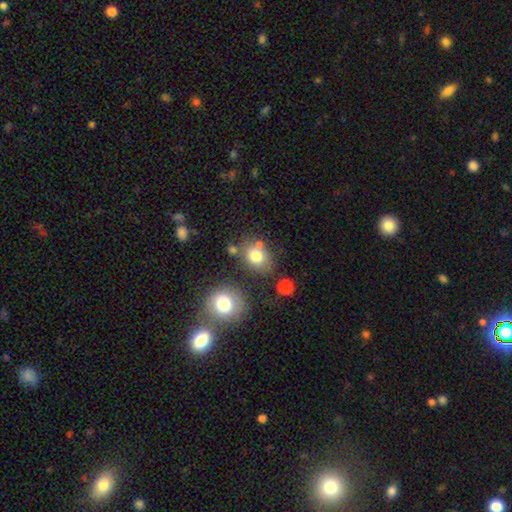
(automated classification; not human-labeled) This appears to be a smooth galaxy with no disk features (76%) that is round (54%). Merging: none (63%).